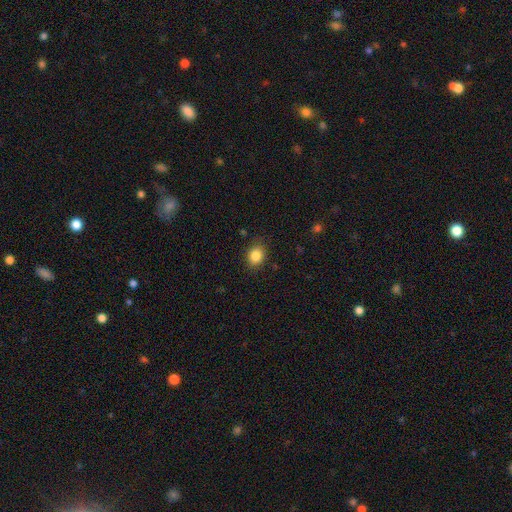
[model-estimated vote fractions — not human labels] smooth-or-featured: smooth: 85% | star or artifact: 9% | featured or disk: 5%
  how-rounded: in between: 50% | round: 49% | cigar-shaped: 1%
  merging: none: 82% | minor disturbance: 13% | major disturbance: 3% | merger: 1%